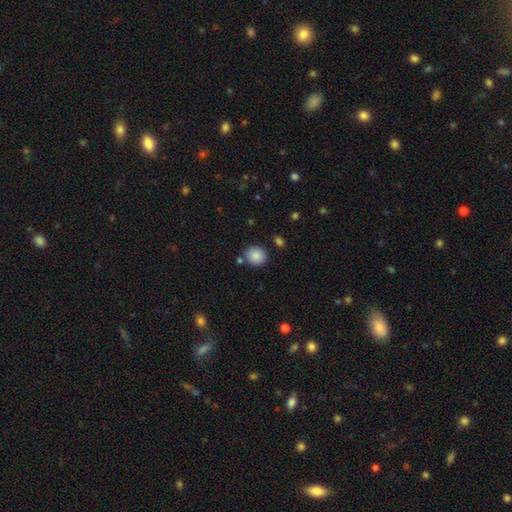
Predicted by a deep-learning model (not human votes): A smooth galaxy with no disk features (87%) that is round (85%). Merging: none (82%).